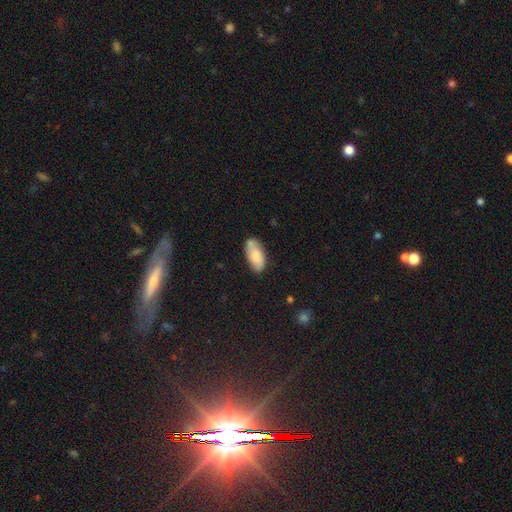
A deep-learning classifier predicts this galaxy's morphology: The model was most divided on "merging": none: 63%, minor disturbance: 23%, merger: 9%, major disturbance: 5%. More confident: how rounded — in between (91%); smooth or featured — smooth (72%).